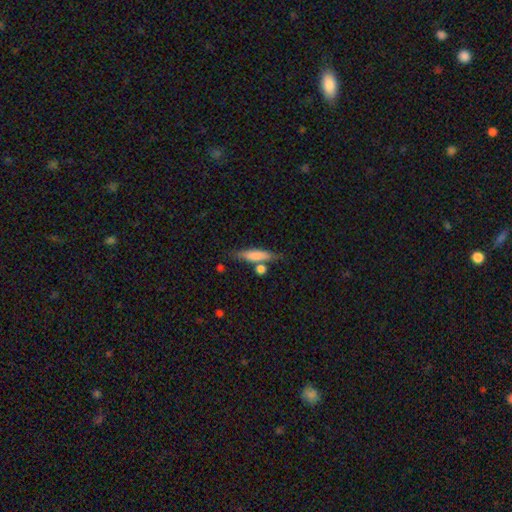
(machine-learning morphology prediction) smooth-or-featured: smooth: 72% | featured or disk: 21% | star or artifact: 6%
  how-rounded: cigar-shaped: 75% | in between: 22% | round: 3%
  merging: none: 67% | minor disturbance: 15% | merger: 14% | major disturbance: 5%